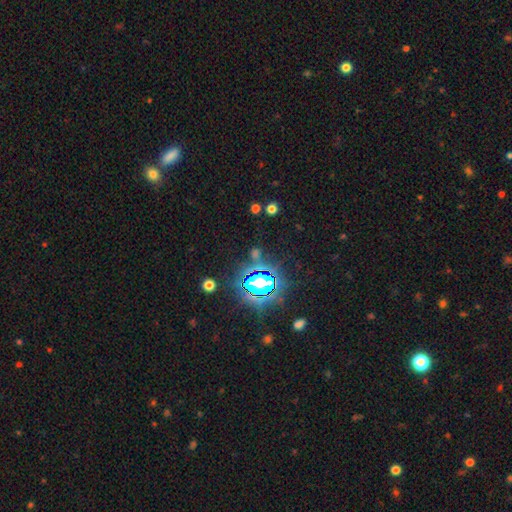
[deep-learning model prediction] Morphology: type=star or artifact (73%).